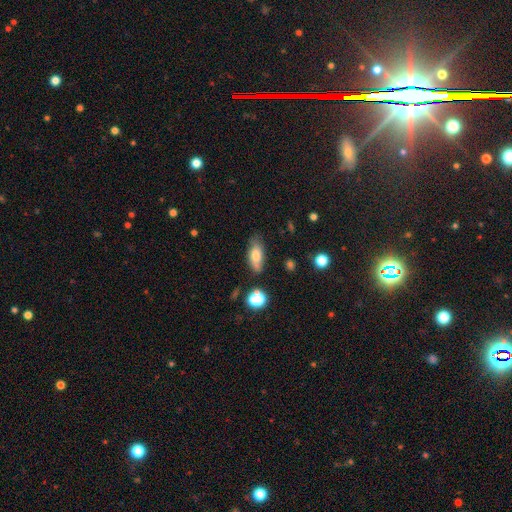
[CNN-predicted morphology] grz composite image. It shows a smooth galaxy with no disk features (71%) that is in between round and cigar-shaped (83%). Merging: none (67%).